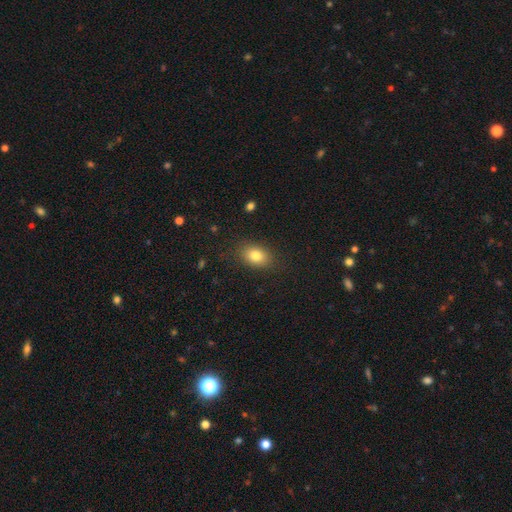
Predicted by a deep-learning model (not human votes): Smooth or featured: smooth — 81% (star or artifact — 10%)
How rounded: in between — 77% (round — 22%)
Merging: none — 84% (minor disturbance — 11%)